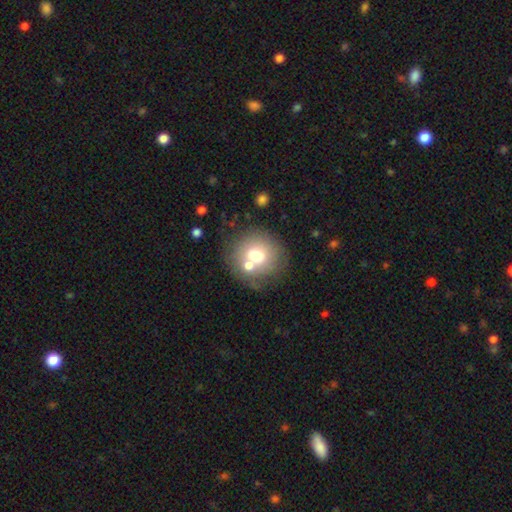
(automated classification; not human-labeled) Smooth or featured? Predicted: smooth (p=0.66). How rounded? Predicted: round (p=0.85). Merging? Predicted: none (p=0.59).